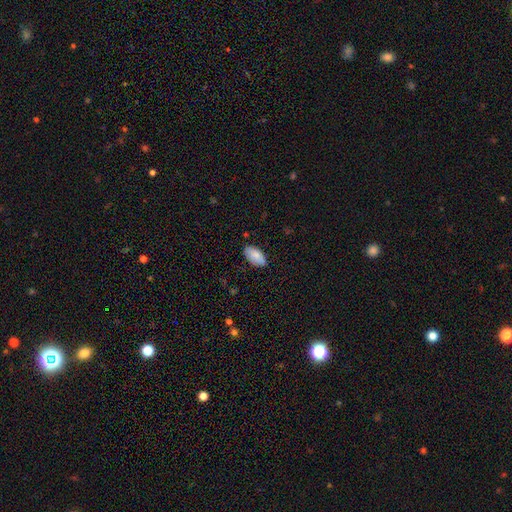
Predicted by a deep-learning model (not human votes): This appears to be a smooth galaxy with no disk features (85%) that is in between round and cigar-shaped (94%). Merging: none (82%).